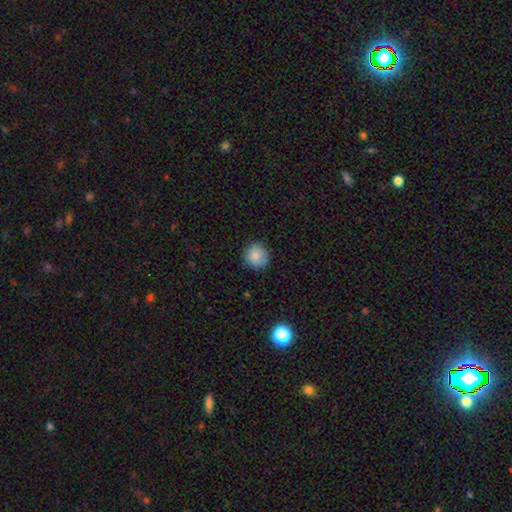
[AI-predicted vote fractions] Overall: smooth (86%). How rounded: round (91%). Merging: none (87%).